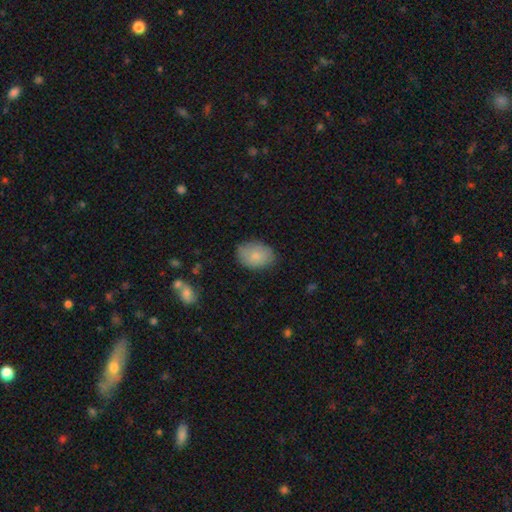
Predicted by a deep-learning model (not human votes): A smooth galaxy with no disk features (83%) that is in between round and cigar-shaped (82%).

Vote fractions:
- Smooth or featured? smooth: 83% / featured or disk: 11% / star or artifact: 6%
- How rounded? in between: 82% / round: 17% / cigar-shaped: 1%
- Merging? none: 79% / minor disturbance: 16% / major disturbance: 3% / merger: 1%